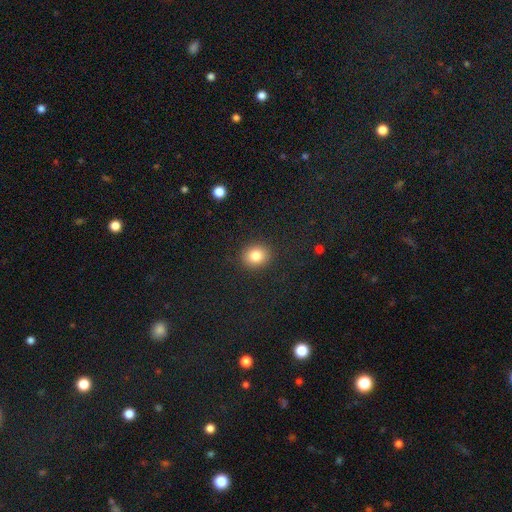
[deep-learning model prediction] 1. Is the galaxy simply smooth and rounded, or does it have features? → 83% smooth, 11% star or artifact, 6% featured or disk.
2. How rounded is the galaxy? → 75% round, 25% in between, 1% cigar-shaped.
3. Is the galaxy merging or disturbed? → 89% none, 7% minor disturbance, 3% major disturbance, 1% merger.